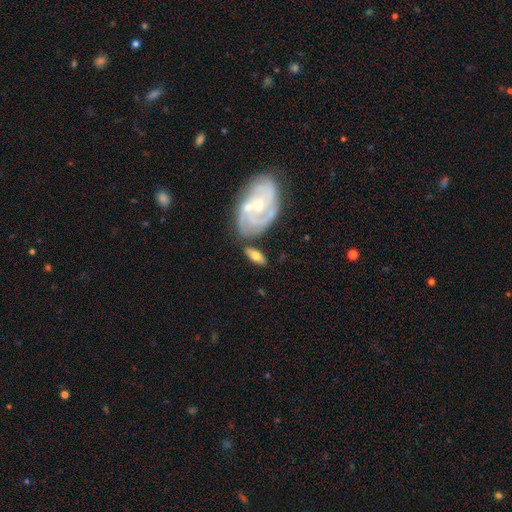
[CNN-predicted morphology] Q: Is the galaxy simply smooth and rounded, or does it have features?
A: smooth — 52%.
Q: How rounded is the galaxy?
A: in between — 81%.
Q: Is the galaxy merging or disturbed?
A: none — 62%.